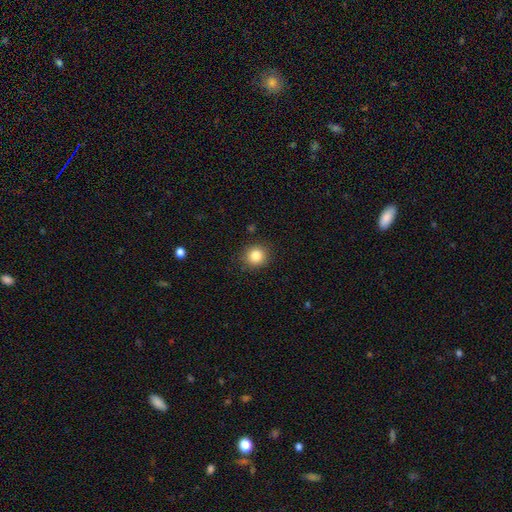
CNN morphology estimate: A smooth galaxy with no disk features (84%) that is round (89%).

Vote fractions:
- Smooth or featured? smooth: 84% / star or artifact: 10% / featured or disk: 5%
- How rounded? round: 89% / in between: 10% / cigar-shaped: 1%
- Merging? none: 89% / minor disturbance: 8% / major disturbance: 2% / merger: 1%